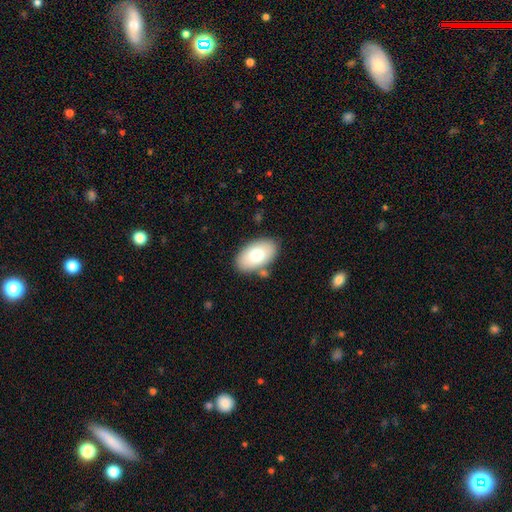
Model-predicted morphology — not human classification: Overall: smooth (72%). How rounded: in between (92%). Merging: none (83%).